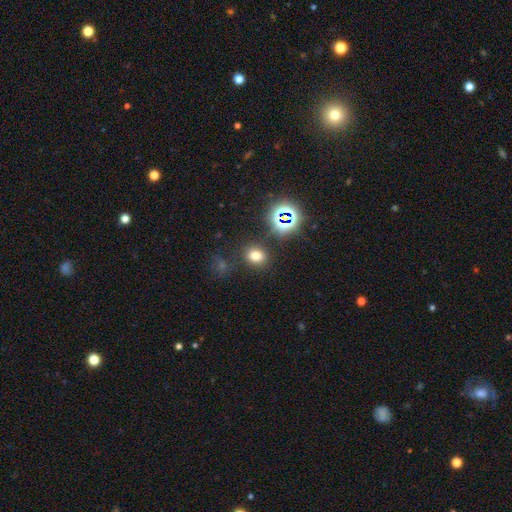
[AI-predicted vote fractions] smooth 69%, star or artifact 23%, featured or disk 8%. Down the decision tree: how rounded — round (68%); merging — none (82%).